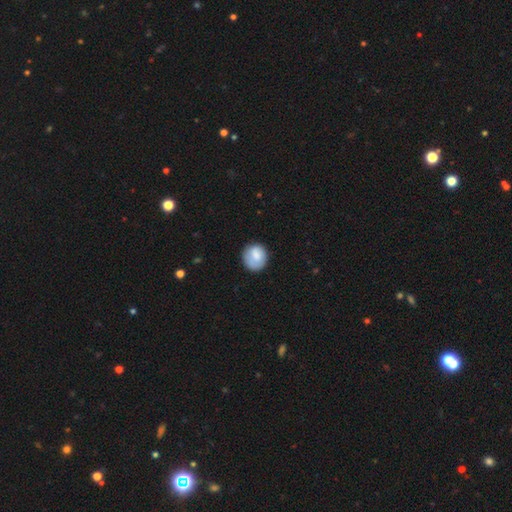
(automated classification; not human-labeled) Smooth or featured?
  - smooth: 78% *
  - featured or disk: 15%
  - star or artifact: 6%
How rounded?
  - round: 79% *
  - in between: 20%
  - cigar-shaped: 1%
Merging?
  - none: 72% *
  - minor disturbance: 19%
  - major disturbance: 7%
  - merger: 2%